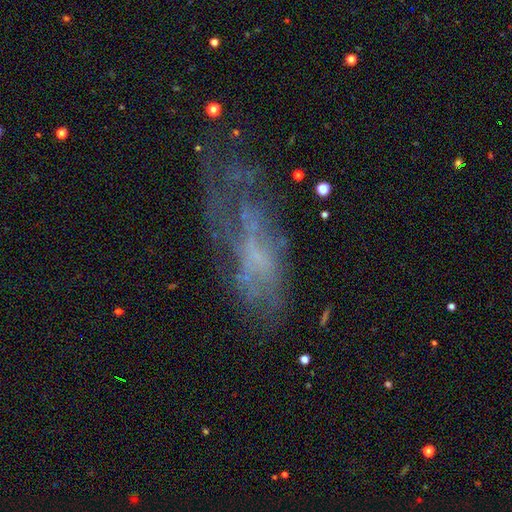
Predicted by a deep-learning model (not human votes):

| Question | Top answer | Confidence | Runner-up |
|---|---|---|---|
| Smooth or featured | featured or disk | 56% | smooth (27%) |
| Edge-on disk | no | 84% | yes (16%) |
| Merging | none | 46% | major disturbance (27%) |